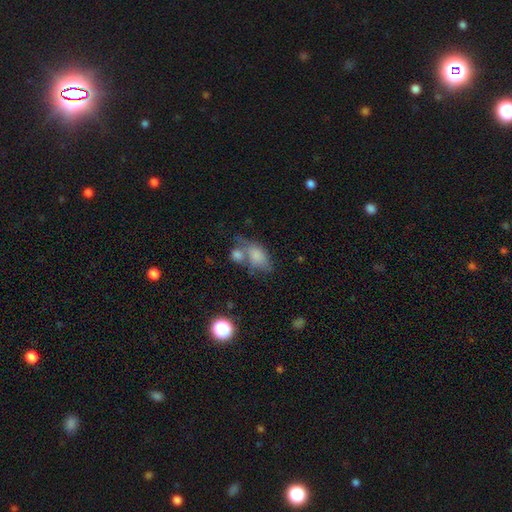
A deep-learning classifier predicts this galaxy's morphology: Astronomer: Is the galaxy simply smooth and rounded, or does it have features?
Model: smooth — 71%.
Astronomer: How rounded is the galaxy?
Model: in between — 83%.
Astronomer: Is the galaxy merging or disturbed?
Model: merger — 41% (runner-up: none, 27%).